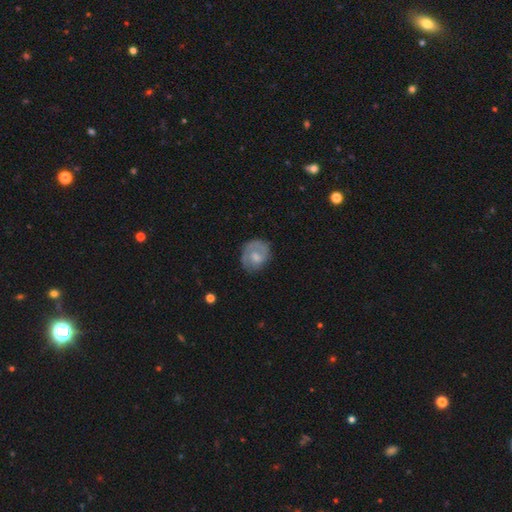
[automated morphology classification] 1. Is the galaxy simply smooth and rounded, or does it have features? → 47% smooth (tied), 47% featured or disk (tied), 7% star or artifact.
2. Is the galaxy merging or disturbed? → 66% none, 22% minor disturbance, 10% major disturbance, 2% merger.